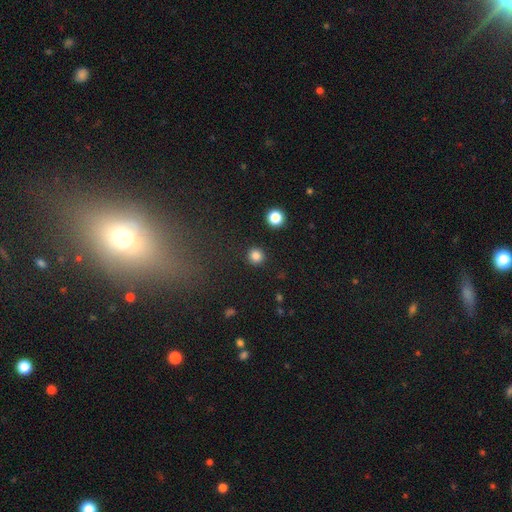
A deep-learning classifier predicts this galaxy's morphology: type=smooth (84%); roundness=round (94%); merging=none (91%).